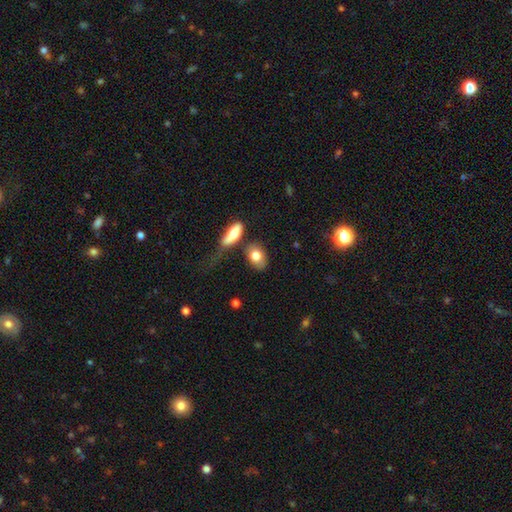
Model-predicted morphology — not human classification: Smooth or featured? smooth (79%)
How rounded? in between (75%)
Merging? none (58%)